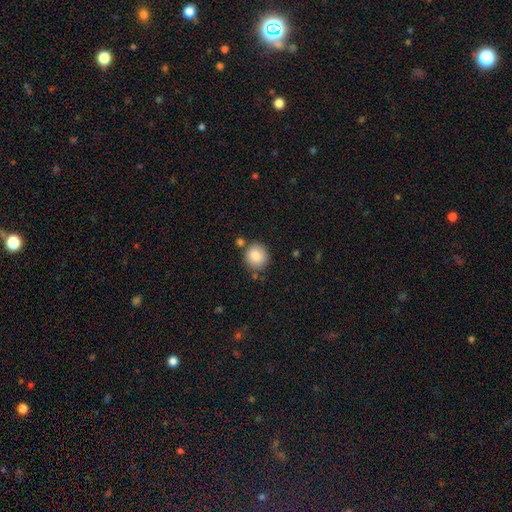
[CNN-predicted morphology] Q: Smooth or featured?
A: smooth (86%); runner-up: star or artifact (8%)
Q: How rounded?
A: round (87%); runner-up: in between (12%)
Q: Merging?
A: none (76%); runner-up: minor disturbance (12%)